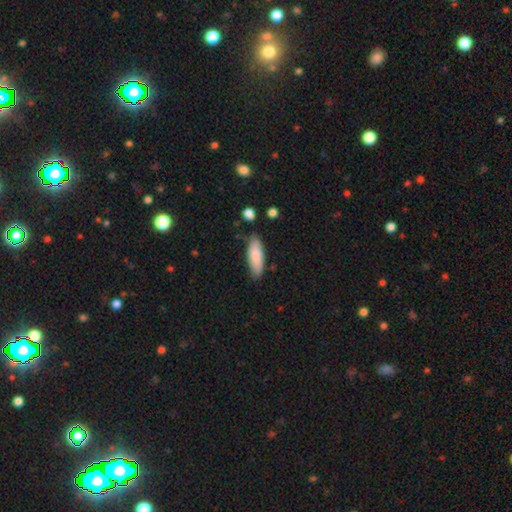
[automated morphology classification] This is clearly a smooth galaxy (83%). How rounded: possibly in between (59%). Merging: likely none (79%).